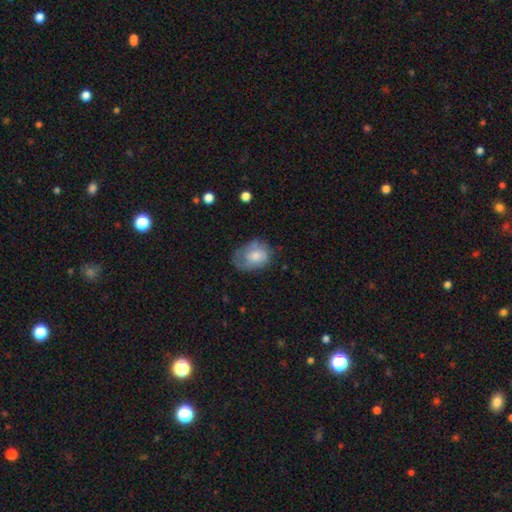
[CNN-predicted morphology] smooth_or_featured: smooth (p=0.63) [alt: featured or disk p=0.30]
how_rounded: in between (p=0.69) [alt: round p=0.30]
merging: none (p=0.44) [alt: minor disturbance p=0.32]